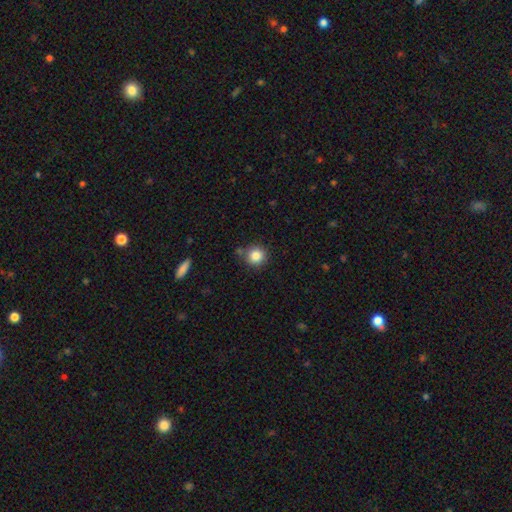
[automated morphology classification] This is clearly a smooth galaxy (84%). How rounded: clearly round (93%). Merging: clearly none (82%).